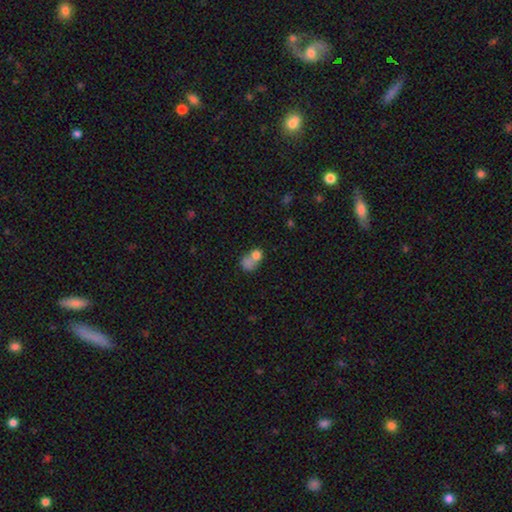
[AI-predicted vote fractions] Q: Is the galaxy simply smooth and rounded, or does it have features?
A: smooth — 74%.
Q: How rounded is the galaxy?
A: round — 59%.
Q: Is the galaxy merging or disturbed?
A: merger — 61%.